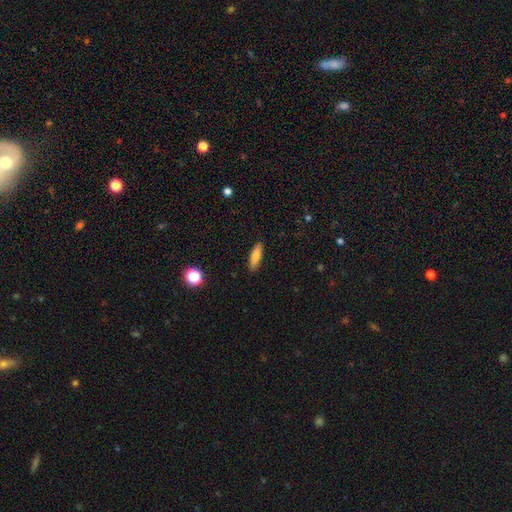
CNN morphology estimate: Smooth or featured?
  - smooth: 73% *
  - featured or disk: 20%
  - star or artifact: 7%
How rounded?
  - cigar-shaped: 59% *
  - in between: 39%
  - round: 2%
Merging?
  - none: 89% *
  - minor disturbance: 8%
  - major disturbance: 2%
  - merger: 1%